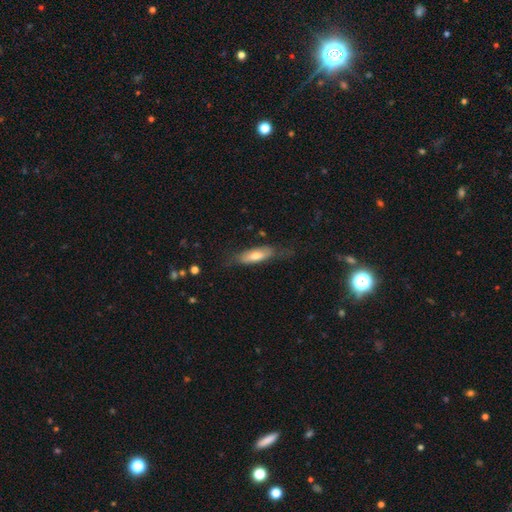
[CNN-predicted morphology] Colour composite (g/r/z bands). It shows a smooth galaxy with no disk features (60%) that is in between round and cigar-shaped (50%). Merging: none (64%).